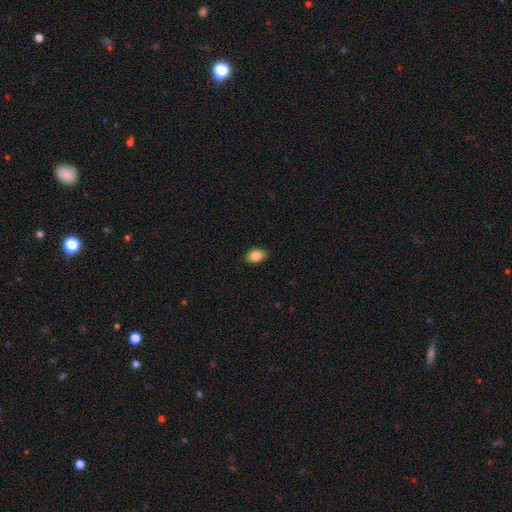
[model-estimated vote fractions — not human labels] smooth_or_featured: smooth (p=0.84) [alt: star or artifact p=0.08]
how_rounded: in between (p=0.86) [alt: round p=0.12]
merging: none (p=0.87) [alt: minor disturbance p=0.10]